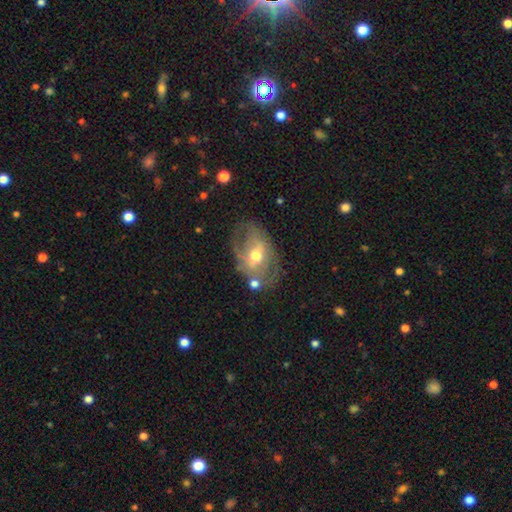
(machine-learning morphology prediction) featured or disk 66%, smooth 27%, star or artifact 8%. Down the decision tree: edge-on disk — no (92%); bar — weak (41%); spiral arms — yes (53%); bulge size — moderate (72%); merging — none (56%).